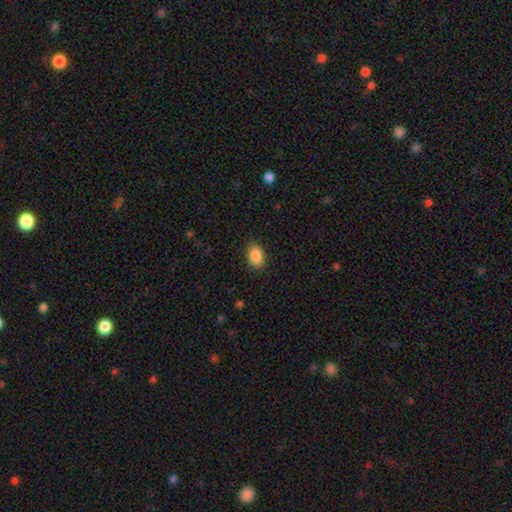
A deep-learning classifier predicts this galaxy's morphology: The model was most divided on "merging": none: 87%, minor disturbance: 9%, major disturbance: 2%, merger: 1%. More confident: smooth or featured — smooth (89%); how rounded — in between (89%).